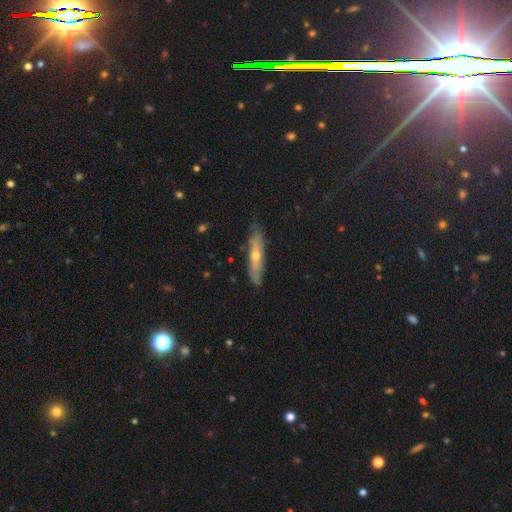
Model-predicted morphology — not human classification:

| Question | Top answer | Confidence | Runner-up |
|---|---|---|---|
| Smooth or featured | featured or disk | 50% | smooth (43%) |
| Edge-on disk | yes | 72% | no (28%) |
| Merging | none | 79% | minor disturbance (17%) |